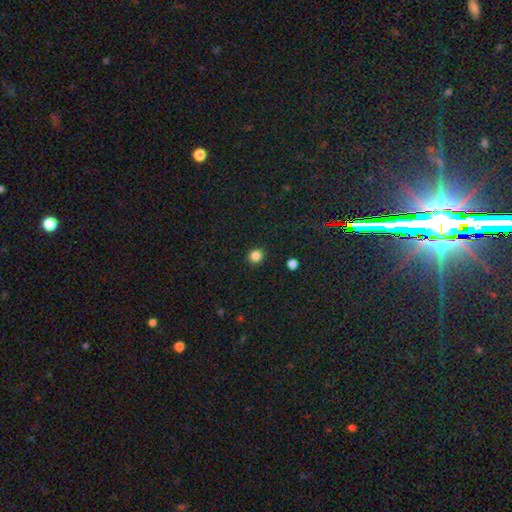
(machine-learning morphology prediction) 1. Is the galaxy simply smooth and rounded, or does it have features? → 85% smooth, 12% star or artifact, 3% featured or disk.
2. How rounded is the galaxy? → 90% round, 9% in between, 1% cigar-shaped.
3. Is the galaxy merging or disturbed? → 91% none, 6% minor disturbance, 2% major disturbance, 1% merger.